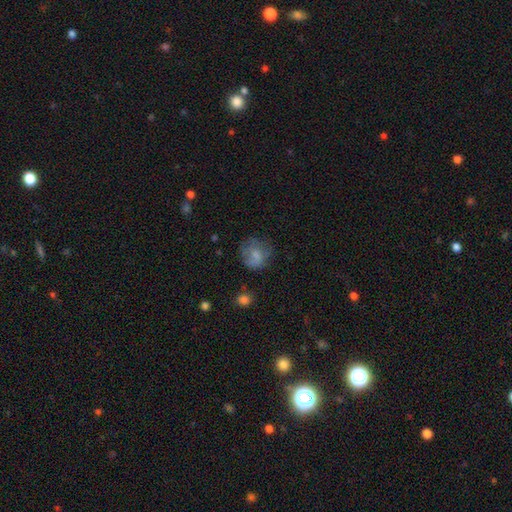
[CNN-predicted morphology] type=smooth (71%); roundness=round (73%); merging=none (53%).